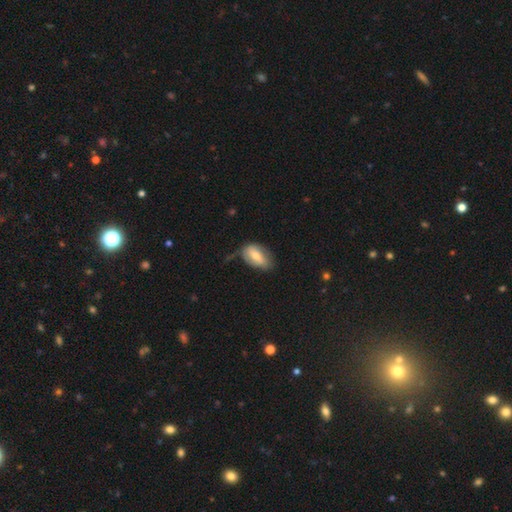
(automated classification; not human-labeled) Smooth or featured? Predicted: smooth (p=0.64). How rounded? Predicted: in between (p=0.91). Merging? Predicted: none (p=0.50).